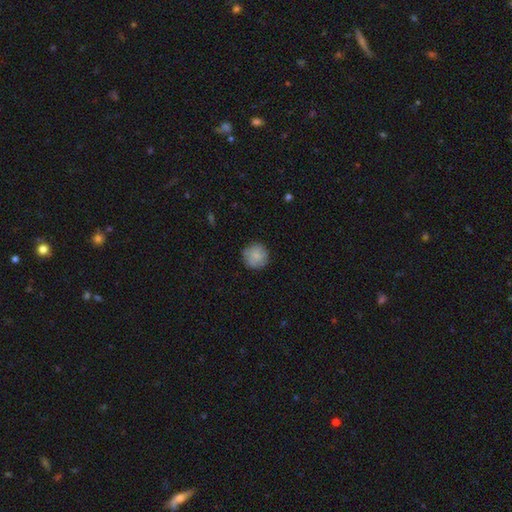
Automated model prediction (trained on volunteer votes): Smooth or featured: smooth — 78% (featured or disk — 15%)
How rounded: round — 94% (in between — 5%)
Merging: none — 83% (minor disturbance — 13%)